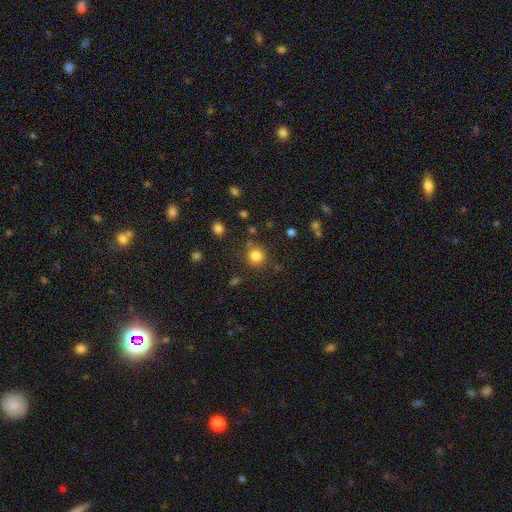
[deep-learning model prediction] A smooth galaxy with no disk features (82%) that is round (92%). Merging: none (82%).